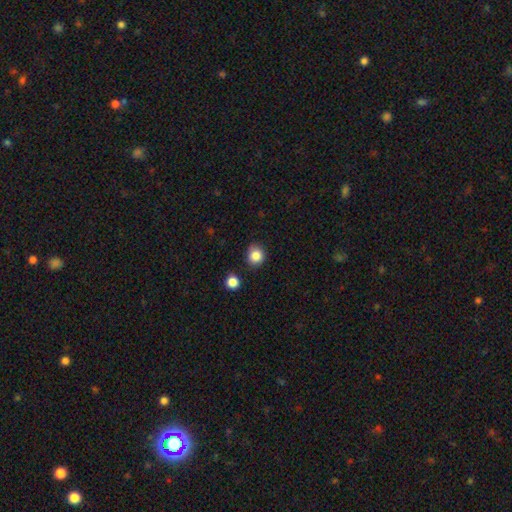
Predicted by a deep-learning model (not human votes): smooth 85%, star or artifact 10%, featured or disk 5%. Down the decision tree: how rounded — round (84%); merging — none (81%).